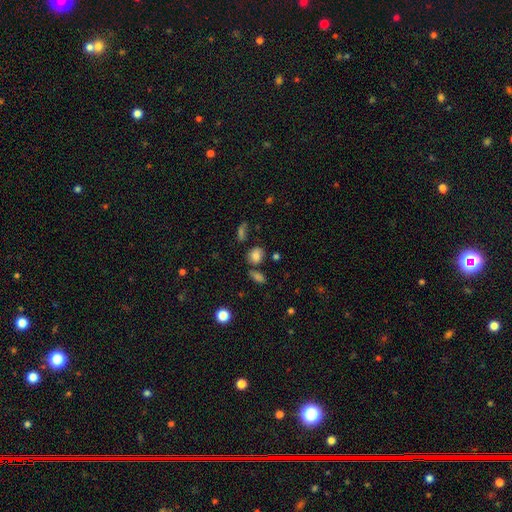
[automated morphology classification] Smooth or featured? smooth (79%)
How rounded? in between (49%, tied with round)
Merging? none (68%)